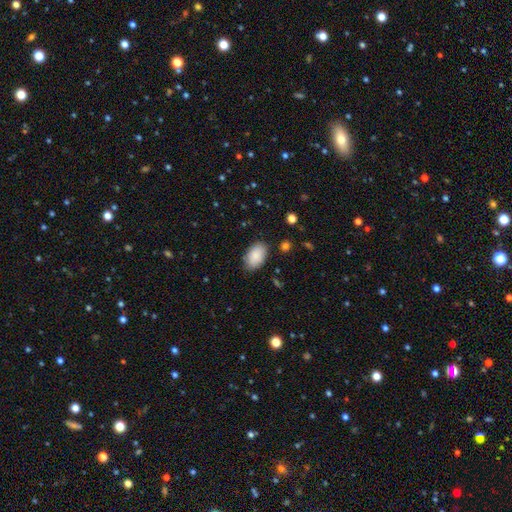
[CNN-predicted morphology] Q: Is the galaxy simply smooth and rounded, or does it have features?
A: smooth — 89%.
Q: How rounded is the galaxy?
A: in between — 93%.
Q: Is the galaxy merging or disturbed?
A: none — 83%.